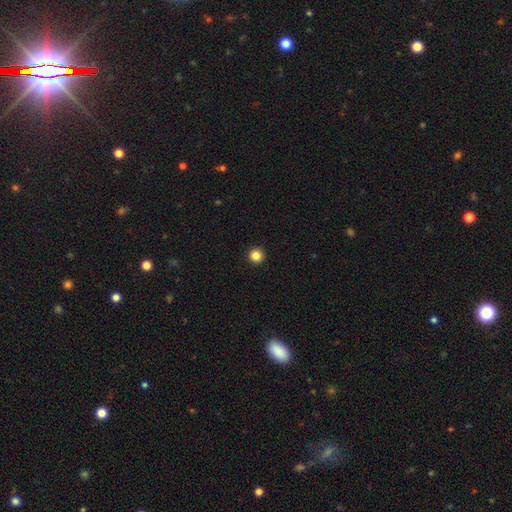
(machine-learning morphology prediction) Smooth or featured? Predicted: smooth (p=0.85). How rounded? Predicted: round (p=0.96). Merging? Predicted: none (p=0.94).